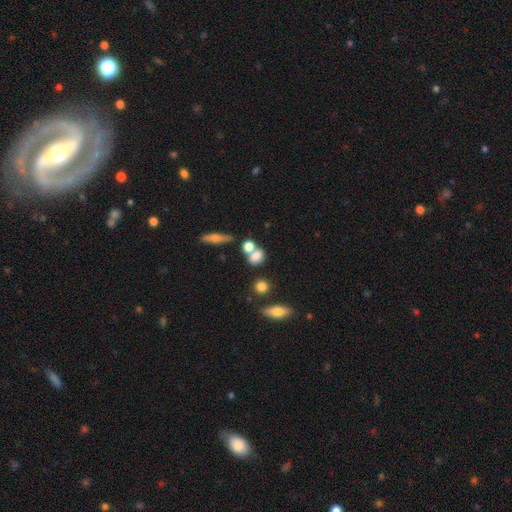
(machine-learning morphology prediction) Smooth or featured?
  - smooth: 75% *
  - featured or disk: 13%
  - star or artifact: 12%
How rounded?
  - in between: 56% *
  - round: 41%
  - cigar-shaped: 4%
Merging?
  - none: 44% *
  - merger: 38%
  - minor disturbance: 12%
  - major disturbance: 6%